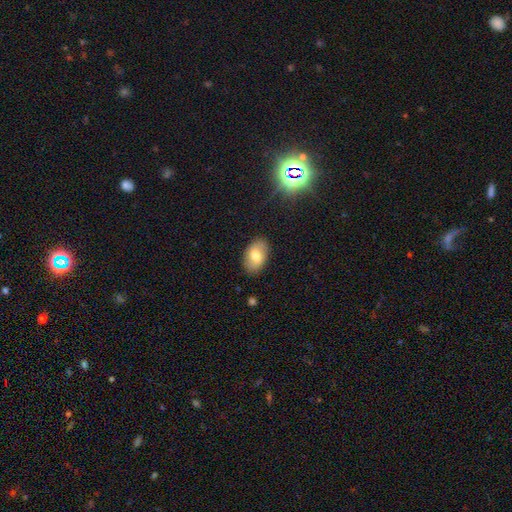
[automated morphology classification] Smooth or featured?
  - smooth: 70% *
  - featured or disk: 22%
  - star or artifact: 8%
How rounded?
  - in between: 91% *
  - round: 8%
  - cigar-shaped: 1%
Merging?
  - none: 86% *
  - minor disturbance: 10%
  - major disturbance: 3%
  - merger: 1%